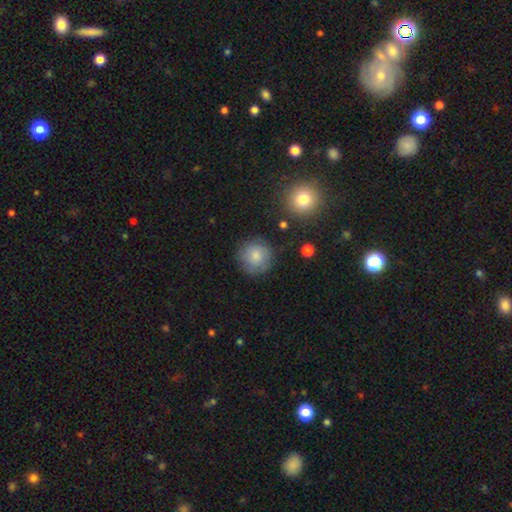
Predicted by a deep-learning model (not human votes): A smooth galaxy with no disk features (79%) that is round (93%).

Vote fractions:
- Smooth or featured? smooth: 79% / featured or disk: 12% / star or artifact: 8%
- How rounded? round: 93% / in between: 6% / cigar-shaped: 1%
- Merging? none: 80% / minor disturbance: 13% / major disturbance: 4% / merger: 2%